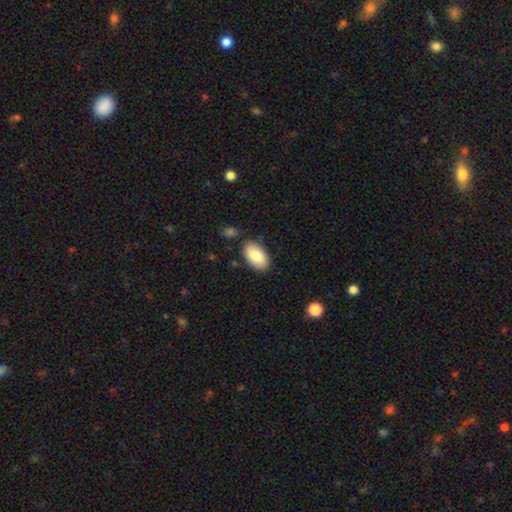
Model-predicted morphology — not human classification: Overall: smooth (83%). How rounded: in between (95%). Merging: none (83%).